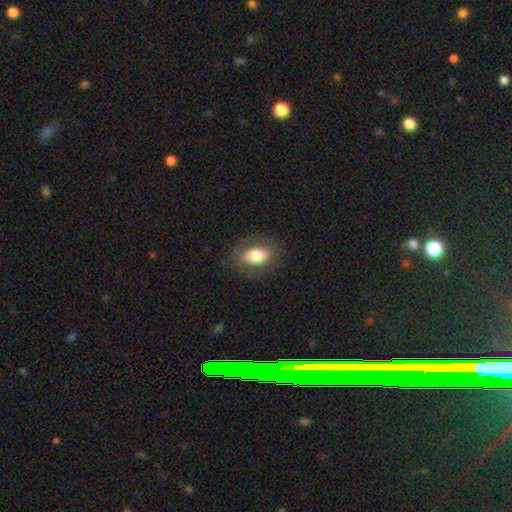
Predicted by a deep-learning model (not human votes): This appears to be a smooth galaxy with no disk features (74%) that is in between round and cigar-shaped (82%). Merging: none (81%).